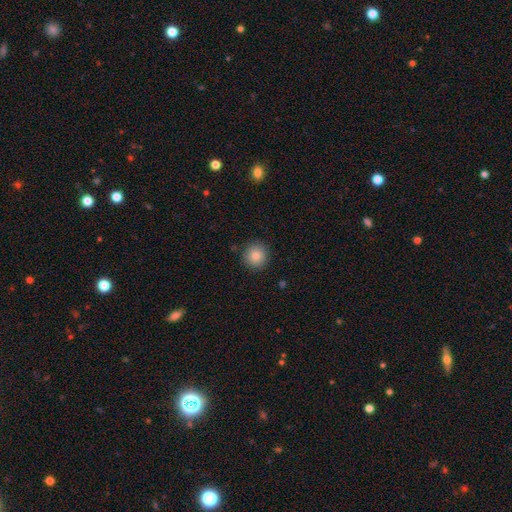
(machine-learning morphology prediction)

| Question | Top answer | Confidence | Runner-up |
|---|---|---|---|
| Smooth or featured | smooth | 83% | star or artifact (10%) |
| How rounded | round | 94% | in between (5%) |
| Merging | none | 90% | minor disturbance (7%) |